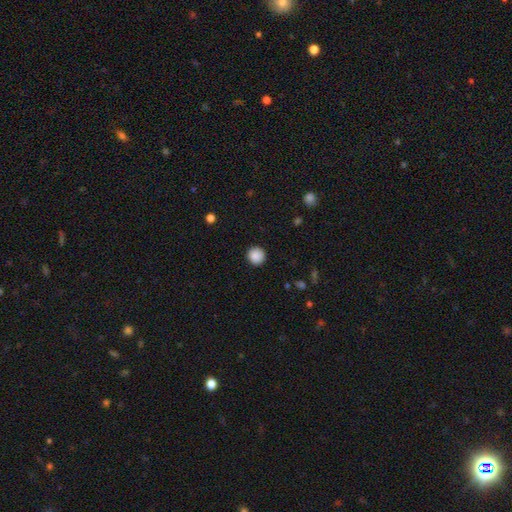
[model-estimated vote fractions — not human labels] Morphology: type=smooth (88%); roundness=round (94%); merging=none (91%).